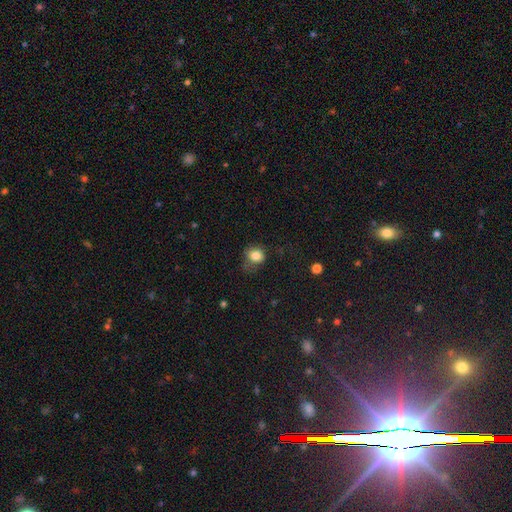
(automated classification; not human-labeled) Morphology: type=smooth (82%); roundness=round (67%); merging=none (56%).